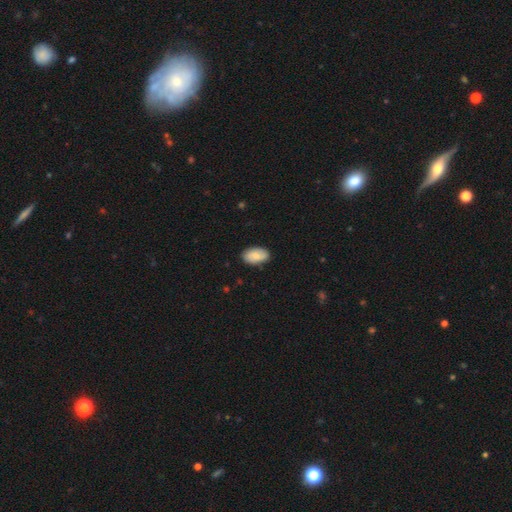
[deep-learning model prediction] A smooth galaxy with no disk features (76%) that is in between round and cigar-shaped (94%). Merging: none (82%).